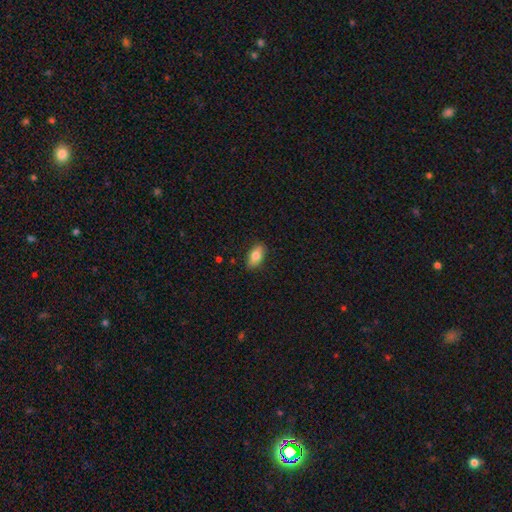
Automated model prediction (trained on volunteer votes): Smooth or featured? Predicted: smooth (p=0.80). How rounded? Predicted: in between (p=0.90). Merging? Predicted: none (p=0.85).